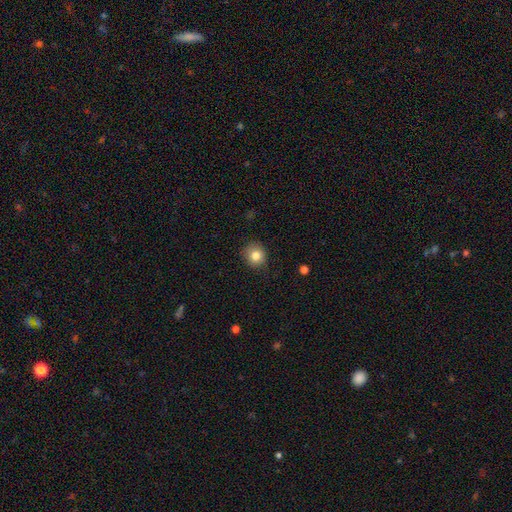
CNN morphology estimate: Overall: smooth (82%). How rounded: round (86%). Merging: none (83%).